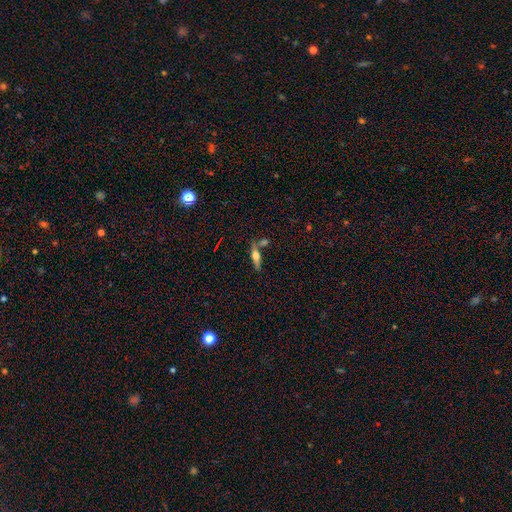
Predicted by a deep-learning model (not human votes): Morphology: type=featured or disk (57%); edge-on=yes (91%); edge-on bulge=rounded (92%); merging=none (65%).